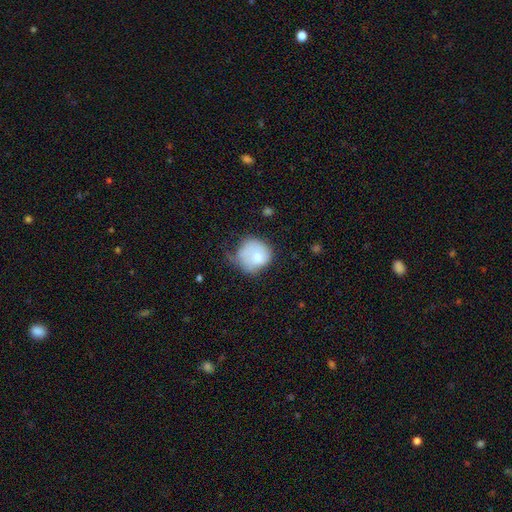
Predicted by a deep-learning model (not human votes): A smooth galaxy with no disk features (71%) that is round (76%). Merging: minor disturbance (32%).